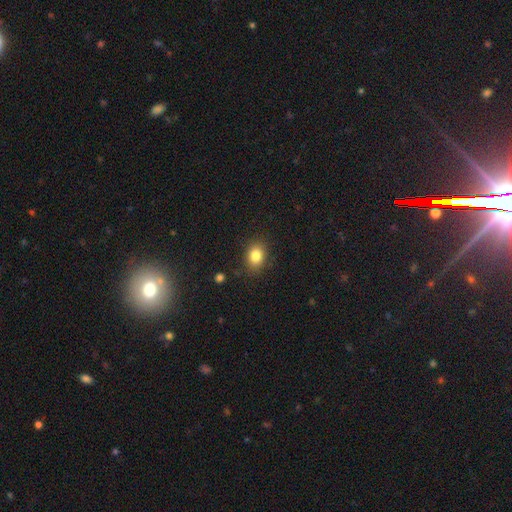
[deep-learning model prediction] This is clearly a smooth galaxy (84%). How rounded: likely in between (63%). Merging: clearly none (84%).